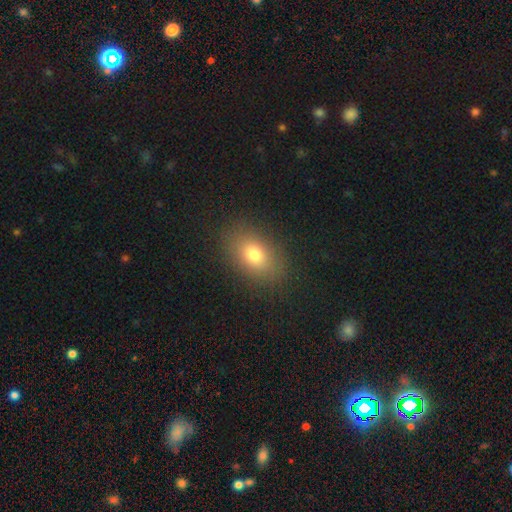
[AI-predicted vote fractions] Smooth or featured? Predicted: smooth (p=0.75). How rounded? Predicted: in between (p=0.80). Merging? Predicted: none (p=0.89).